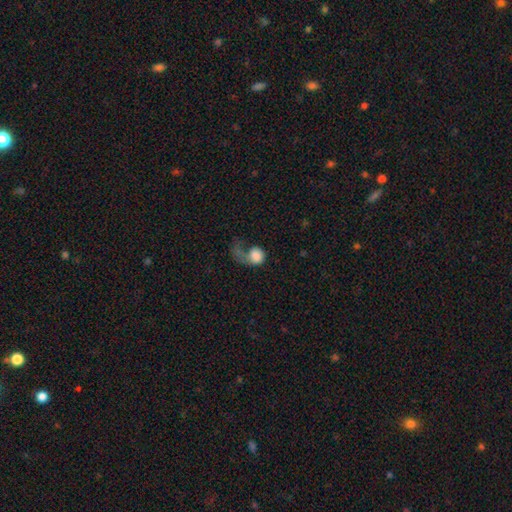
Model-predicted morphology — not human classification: type=smooth (65%); roundness=round (61%); merging=major disturbance (64%).